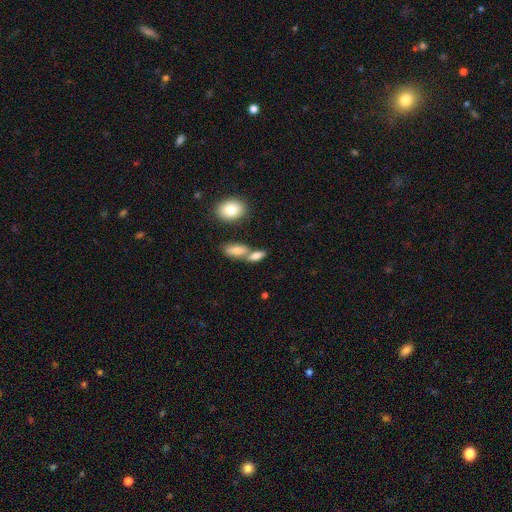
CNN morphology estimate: smooth 74%, featured or disk 16%, star or artifact 10%. Down the decision tree: how rounded — in between (75%); merging — none (44%).